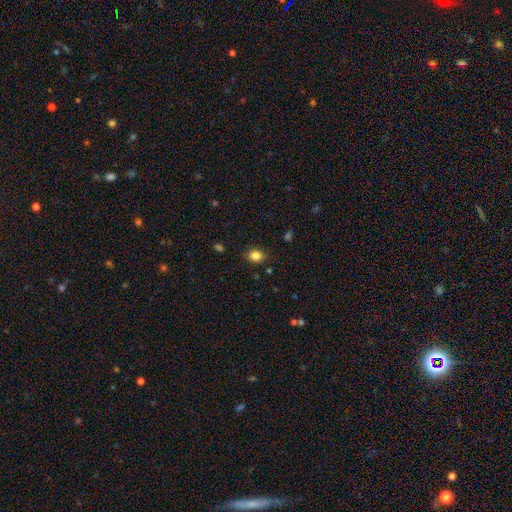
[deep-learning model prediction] Q: Smooth or featured?
A: smooth (84%); runner-up: star or artifact (11%)
Q: How rounded?
A: round (53%); runner-up: in between (46%)
Q: Merging?
A: none (85%); runner-up: minor disturbance (12%)